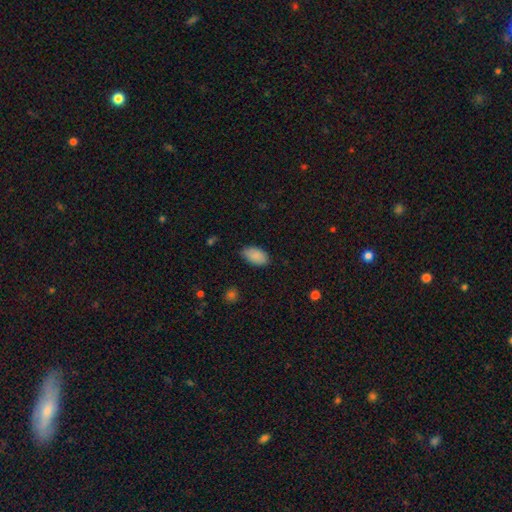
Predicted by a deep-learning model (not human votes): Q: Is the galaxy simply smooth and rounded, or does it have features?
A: smooth — 89%.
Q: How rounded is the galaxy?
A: in between — 94%.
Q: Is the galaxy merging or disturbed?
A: none — 81%.